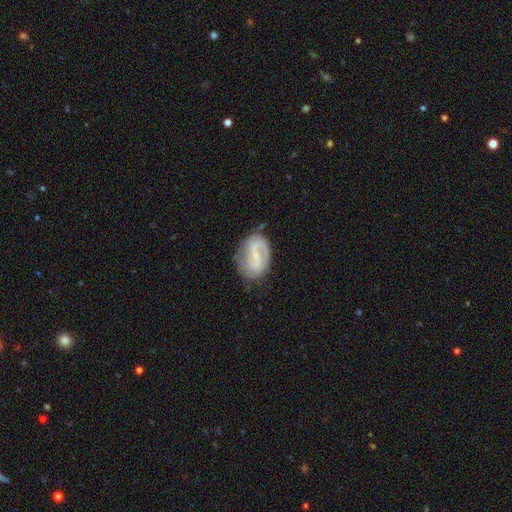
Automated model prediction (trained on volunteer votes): This appears to be a featured or disk galaxy (72%) with a weak bar (47%), 2 (77%) medium (42%) spiral arms (87%) and a small central bulge (58%). Merging: none (68%).